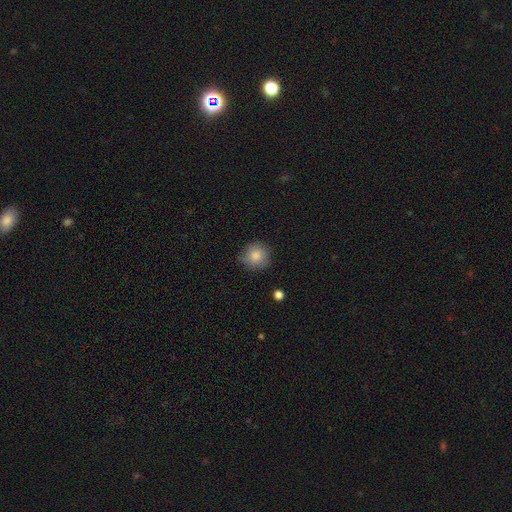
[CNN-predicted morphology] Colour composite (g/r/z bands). It shows a smooth galaxy with no disk features (84%) that is round (92%). Merging: none (78%).